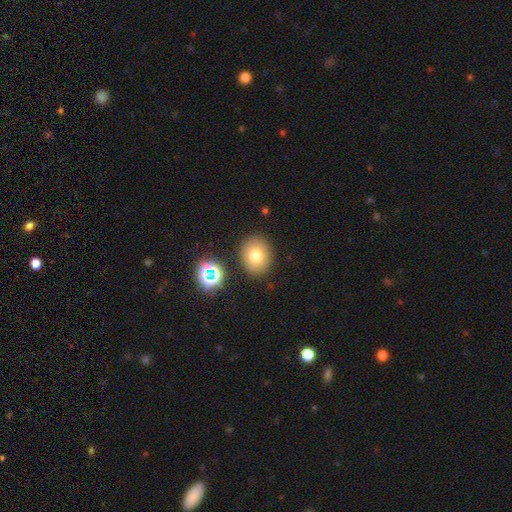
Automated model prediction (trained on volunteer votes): Smooth or featured? smooth (75%)
How rounded? round (55%)
Merging? none (85%)